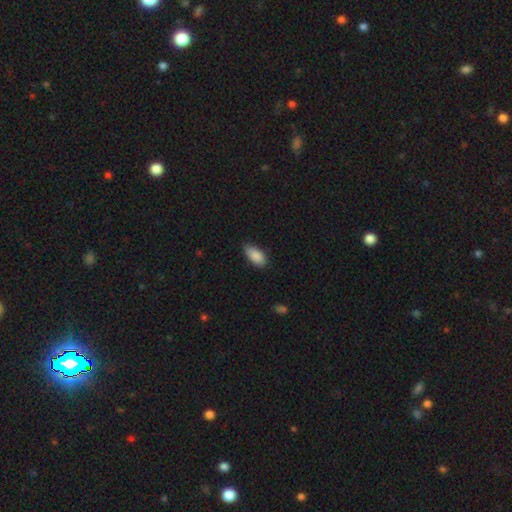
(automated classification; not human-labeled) This is clearly a smooth galaxy (88%). How rounded: clearly in between (92%). Merging: likely none (76%).